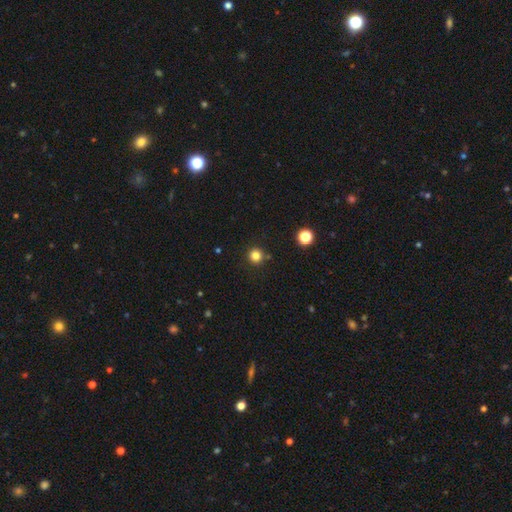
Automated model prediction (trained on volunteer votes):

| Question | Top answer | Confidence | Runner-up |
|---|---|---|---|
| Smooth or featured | smooth | 82% | star or artifact (14%) |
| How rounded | round | 95% | in between (4%) |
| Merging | none | 89% | minor disturbance (6%) |